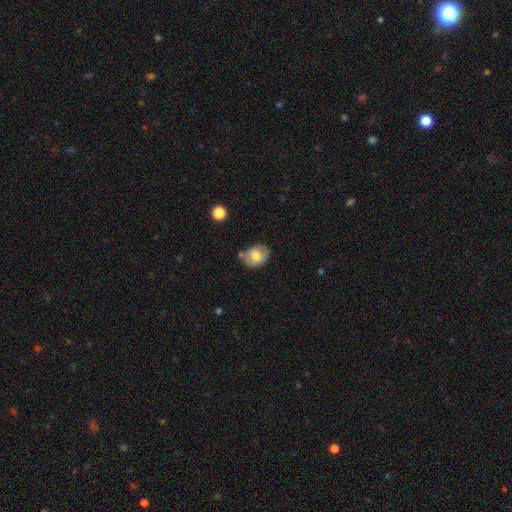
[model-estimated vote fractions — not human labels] This is likely a smooth galaxy (68%). How rounded: likely in between (65%). Merging: likely none (68%).